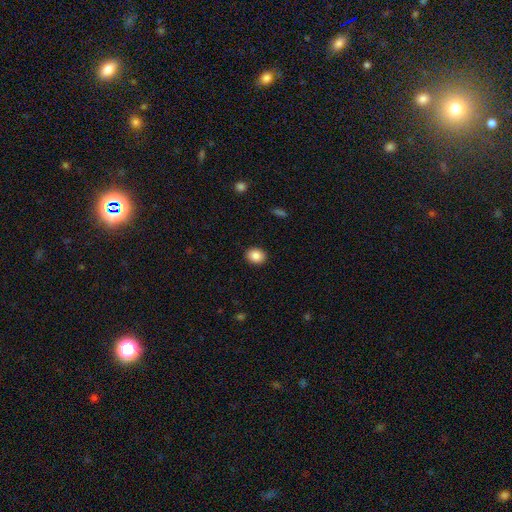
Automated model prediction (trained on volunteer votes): A smooth galaxy with no disk features (86%) that is round (50%).

Vote fractions:
- Smooth or featured? smooth: 86% / star or artifact: 9% / featured or disk: 5%
- How rounded? round: 50% / in between: 49% / cigar-shaped: 1%
- Merging? none: 91% / minor disturbance: 6% / major disturbance: 2% / merger: 1%